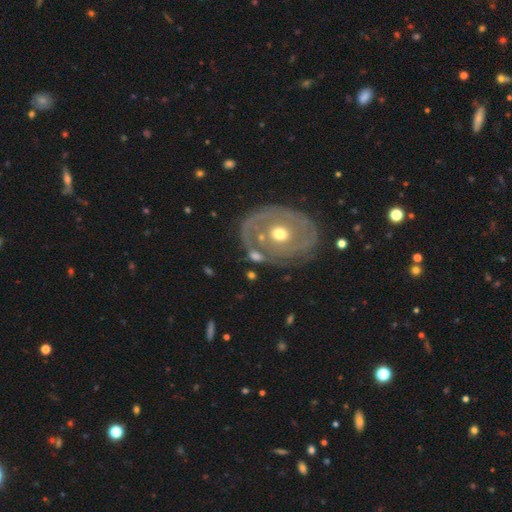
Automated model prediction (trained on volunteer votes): This is likely a featured or disk galaxy (66%). It is clearly not viewed edge-on (95%). Bar: likely no (80%). Spiral arm pattern: possibly yes (55%). Central bulge: likely moderate (70%). Merging: likely none (61%).